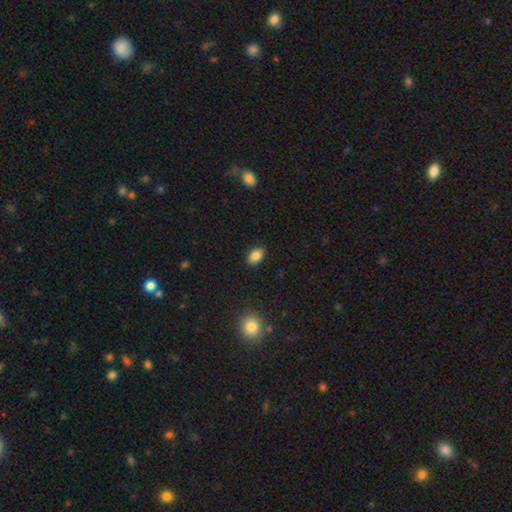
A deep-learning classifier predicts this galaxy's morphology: Smooth or featured? smooth (87%)
How rounded? in between (87%)
Merging? none (89%)